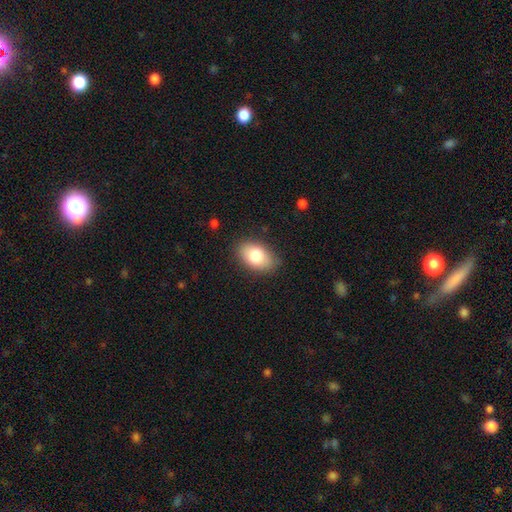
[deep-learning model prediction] Morphology: type=smooth (80%); roundness=in between (90%); merging=none (83%).